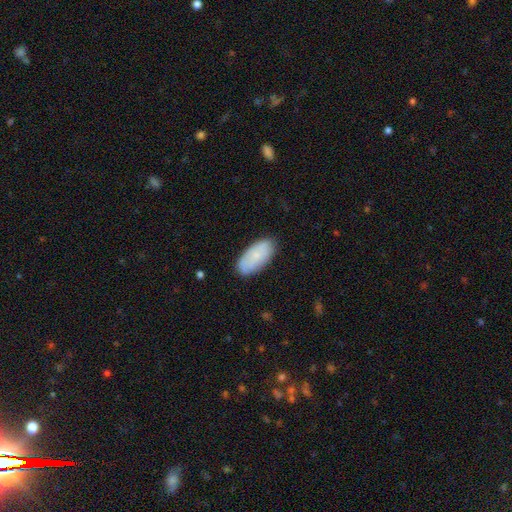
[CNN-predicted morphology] Smooth or featured? Predicted: smooth (p=0.72). How rounded? Predicted: in between (p=0.93). Merging? Predicted: none (p=0.82).